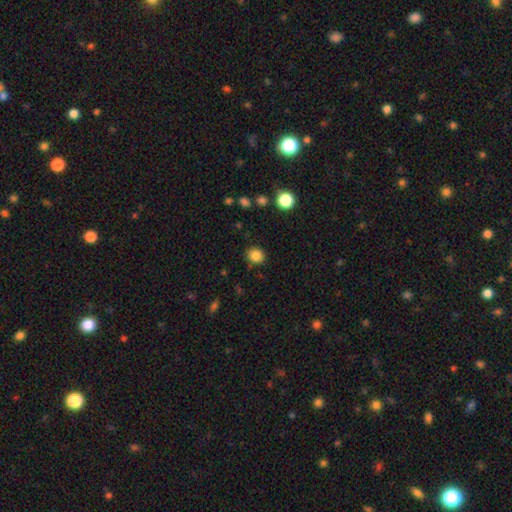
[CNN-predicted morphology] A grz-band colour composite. It shows a smooth galaxy with no disk features (84%) that is round (76%). Merging: none (87%).